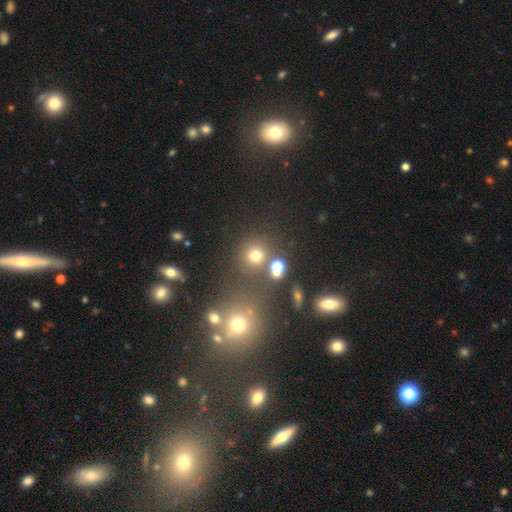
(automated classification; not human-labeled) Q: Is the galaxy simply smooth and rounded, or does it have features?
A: smooth — 69%.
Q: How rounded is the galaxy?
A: round — 87%.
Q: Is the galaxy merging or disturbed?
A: none — 72%.